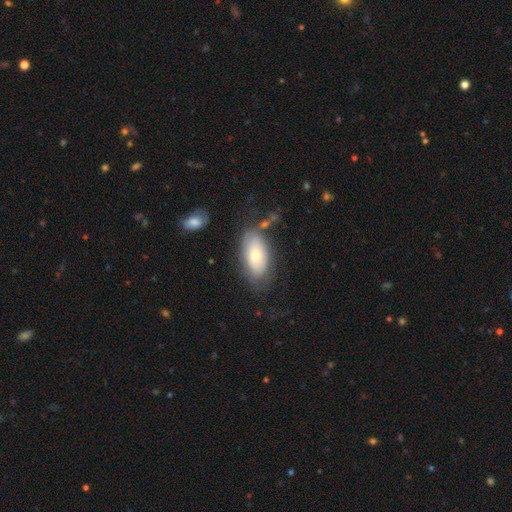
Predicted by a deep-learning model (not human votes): This appears to be a smooth galaxy with no disk features (55%) that is in between round and cigar-shaped (92%). Merging: none (65%).